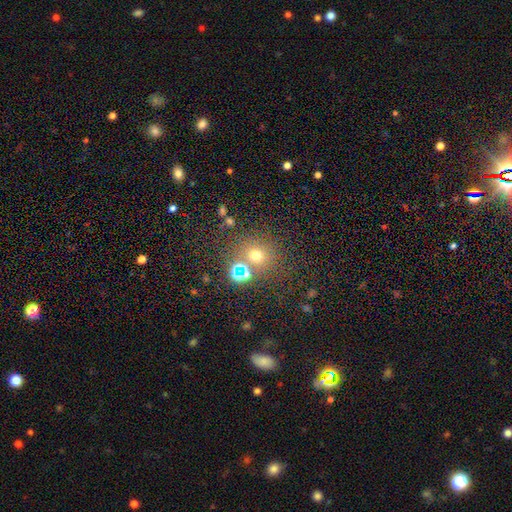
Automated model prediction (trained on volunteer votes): This appears to be a smooth galaxy with no disk features (61%) that is round (85%). Merging: none (70%).